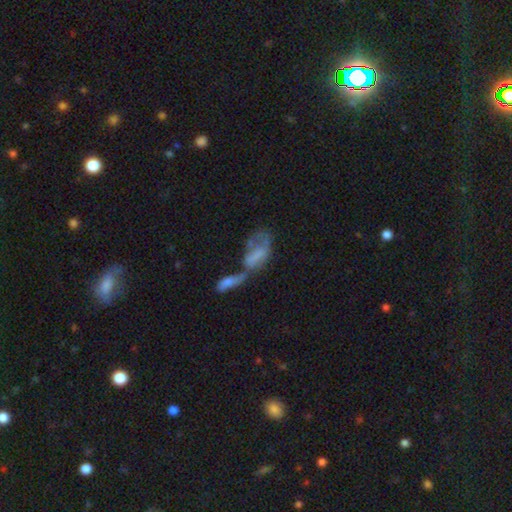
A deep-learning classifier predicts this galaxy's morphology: smooth-or-featured: smooth: 47% | featured or disk: 40% | star or artifact: 12%
  merging: merger: 66% | major disturbance: 16% | none: 11% | minor disturbance: 7%